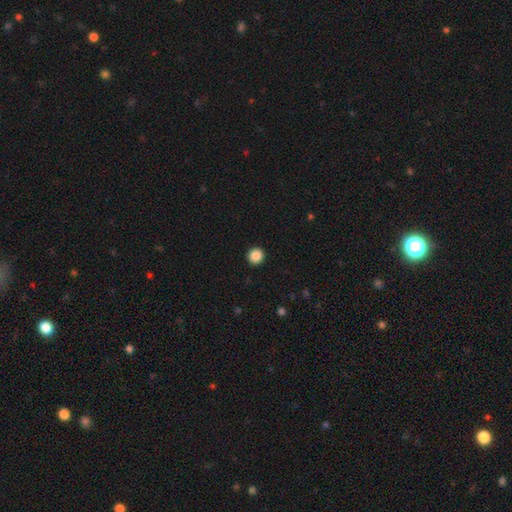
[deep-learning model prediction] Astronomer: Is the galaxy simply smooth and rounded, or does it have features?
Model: smooth — 88%.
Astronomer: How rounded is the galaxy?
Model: round — 95%.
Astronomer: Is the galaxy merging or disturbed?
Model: none — 93%.